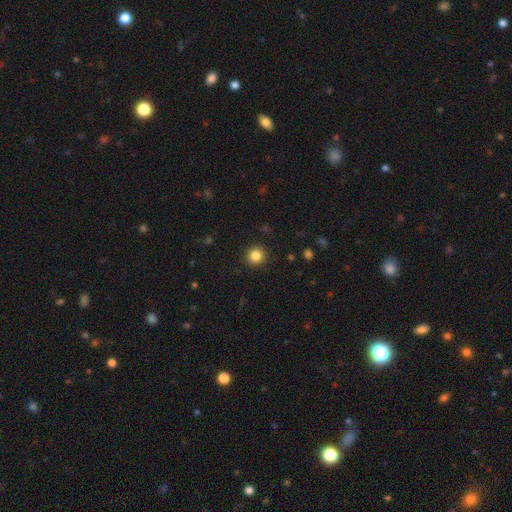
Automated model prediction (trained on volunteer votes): Overall: smooth (84%). How rounded: round (93%). Merging: none (92%).